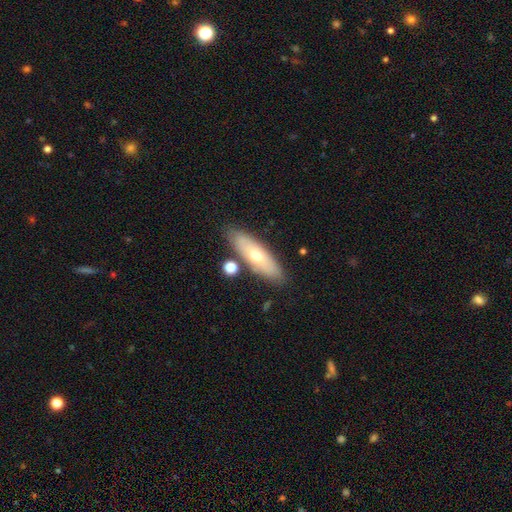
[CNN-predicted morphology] This is possibly a smooth galaxy (56%). How rounded: possibly in between (53%). Merging: clearly none (81%).